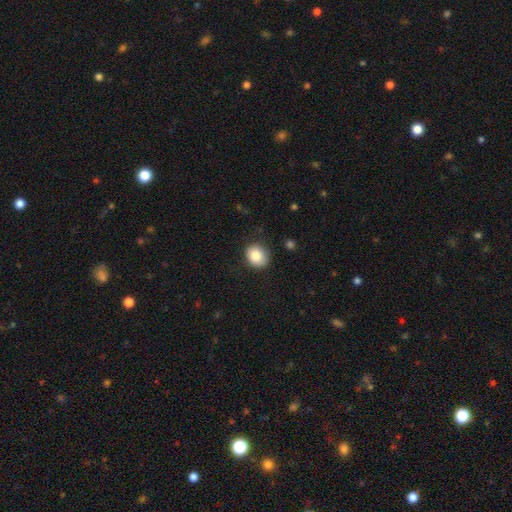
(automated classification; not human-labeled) Smooth or featured?
  - smooth: 86% *
  - star or artifact: 8%
  - featured or disk: 6%
How rounded?
  - round: 55% *
  - in between: 44%
  - cigar-shaped: 1%
Merging?
  - none: 83% *
  - minor disturbance: 13%
  - major disturbance: 3%
  - merger: 1%